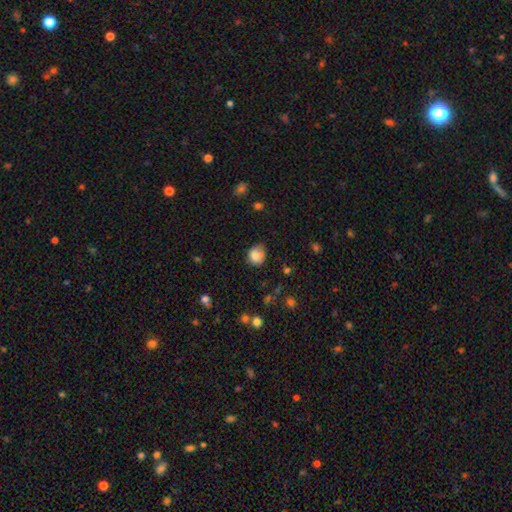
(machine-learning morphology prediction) smooth 80%, featured or disk 11%, star or artifact 10%. Down the decision tree: how rounded — round (64%); merging — none (58%).